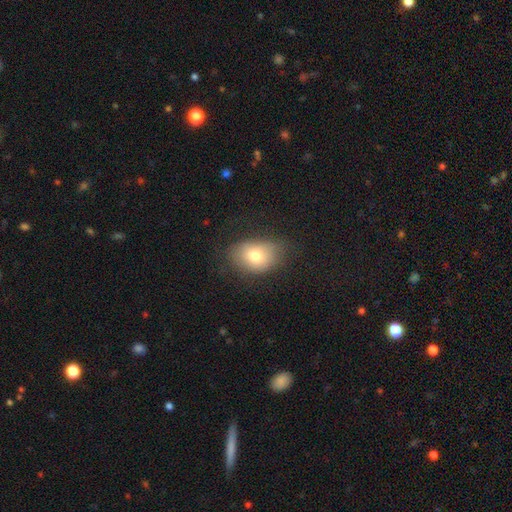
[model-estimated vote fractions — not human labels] A smooth galaxy with no disk features (73%) that is in between round and cigar-shaped (73%).

Vote fractions:
- Smooth or featured? smooth: 73% / featured or disk: 16% / star or artifact: 10%
- How rounded? in between: 73% / round: 25% / cigar-shaped: 1%
- Merging? none: 64% / minor disturbance: 25% / major disturbance: 9% / merger: 1%